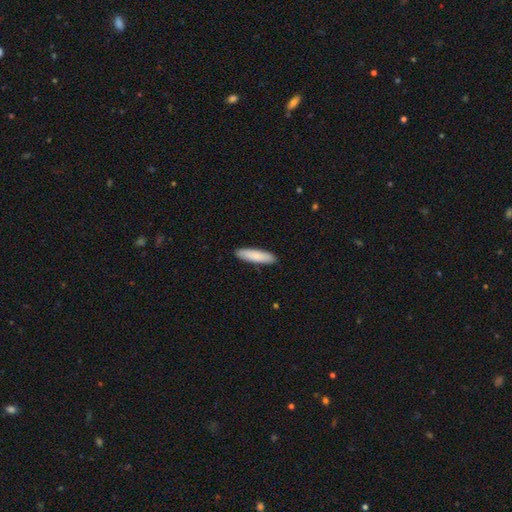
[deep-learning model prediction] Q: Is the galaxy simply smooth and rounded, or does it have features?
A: smooth — 85%.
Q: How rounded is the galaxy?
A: cigar-shaped — 75%.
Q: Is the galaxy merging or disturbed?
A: none — 90%.